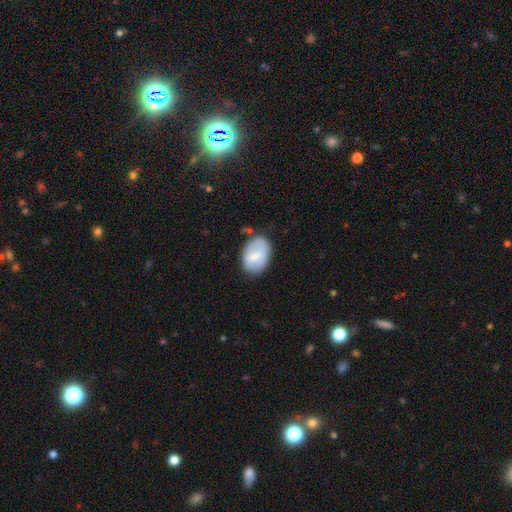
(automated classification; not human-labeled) This appears to be a smooth galaxy with no disk features (67%) that is in between round and cigar-shaped (84%). Merging: none (68%).